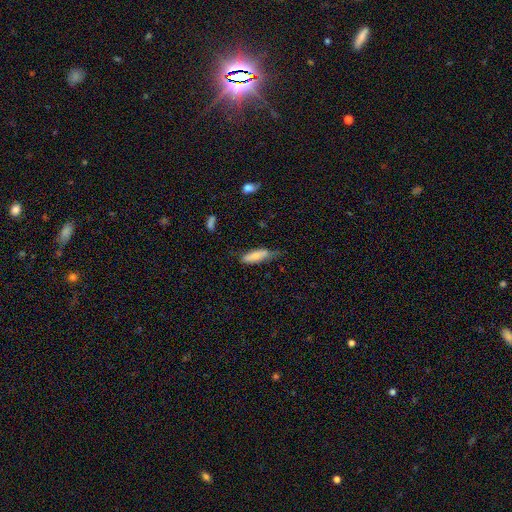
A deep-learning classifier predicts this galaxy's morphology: type=smooth (75%); roundness=cigar-shaped (50%); merging=none (47%).